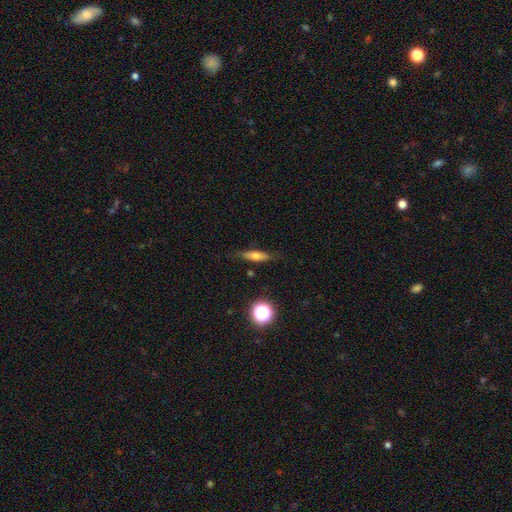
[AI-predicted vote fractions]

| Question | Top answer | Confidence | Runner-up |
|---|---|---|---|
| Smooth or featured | smooth | 51% | featured or disk (40%) |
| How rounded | cigar-shaped | 61% | in between (34%) |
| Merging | none | 78% | minor disturbance (16%) |